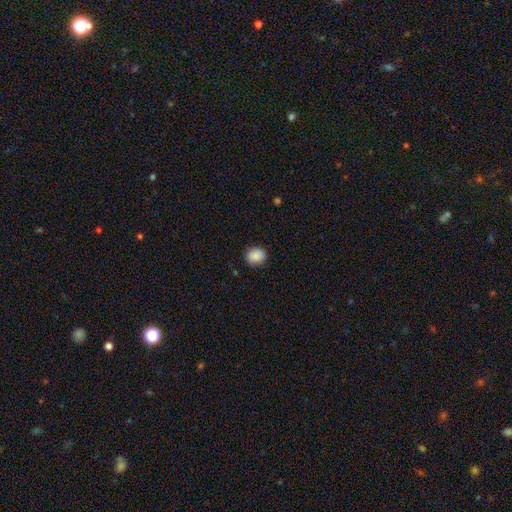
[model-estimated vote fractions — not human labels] smooth 89%, star or artifact 8%, featured or disk 3%. Down the decision tree: how rounded — round (68%); merging — none (87%).